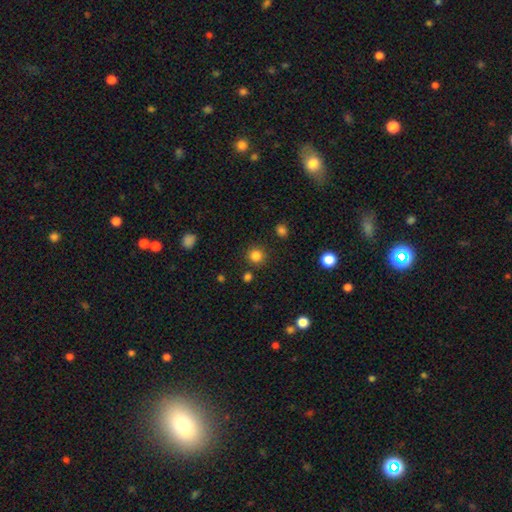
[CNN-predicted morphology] A smooth galaxy with no disk features (83%) that is round (93%).

Vote fractions:
- Smooth or featured? smooth: 83% / star or artifact: 13% / featured or disk: 4%
- How rounded? round: 93% / in between: 6% / cigar-shaped: 1%
- Merging? none: 87% / minor disturbance: 7% / merger: 4% / major disturbance: 3%